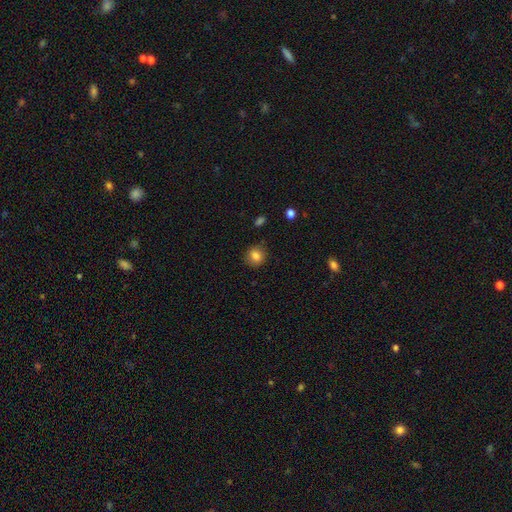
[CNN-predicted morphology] smooth_or_featured: smooth (p=0.83) [alt: star or artifact p=0.10]
how_rounded: round (p=0.83) [alt: in between p=0.16]
merging: none (p=0.85) [alt: minor disturbance p=0.10]